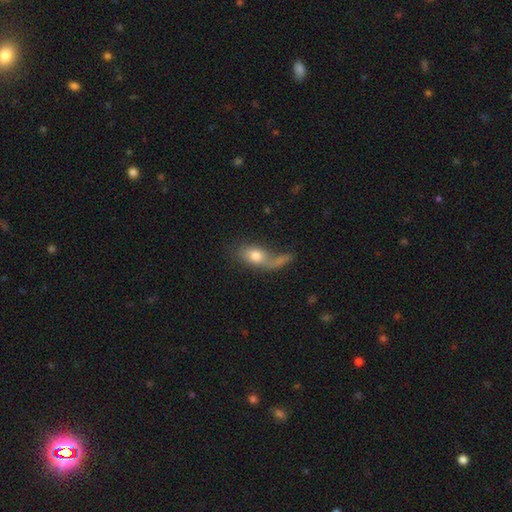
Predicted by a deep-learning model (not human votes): Morphology: type=smooth (74%); roundness=in between (77%); merging=merger (33%).